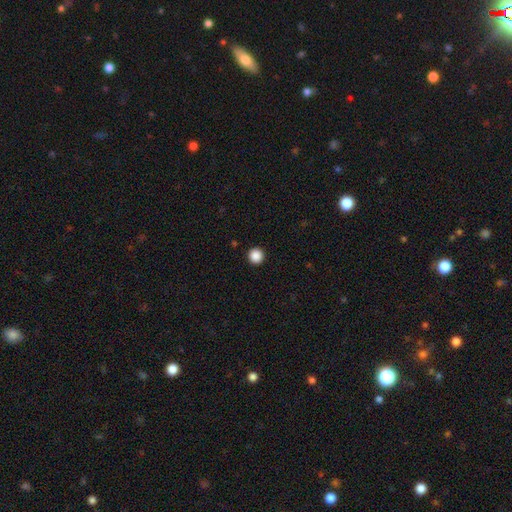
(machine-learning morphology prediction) Smooth or featured?
  - smooth: 88% *
  - star or artifact: 10%
  - featured or disk: 2%
How rounded?
  - round: 96% *
  - in between: 3%
  - cigar-shaped: 1%
Merging?
  - none: 94% *
  - minor disturbance: 4%
  - major disturbance: 1%
  - merger: 1%